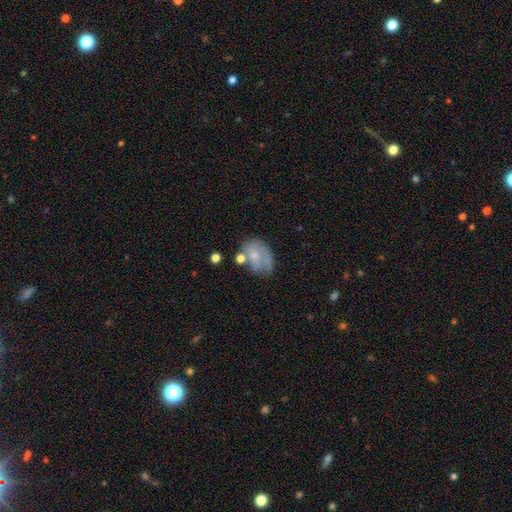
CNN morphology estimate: This is possibly a smooth galaxy (51%). How rounded: likely in between (73%). Merging: marginally none (41%).